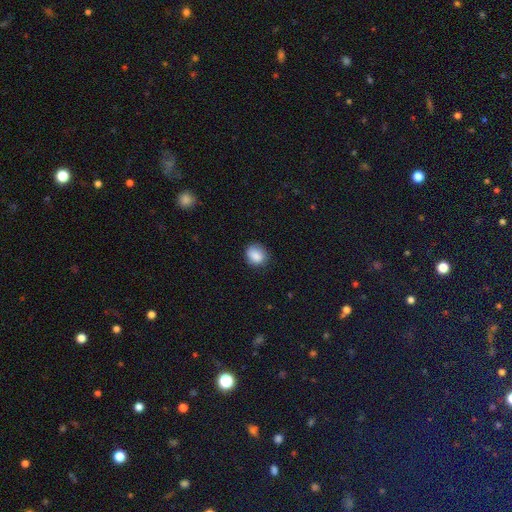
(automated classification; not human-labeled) Smooth or featured? Predicted: smooth (p=0.86). How rounded? Predicted: round (p=0.58). Merging? Predicted: none (p=0.77).